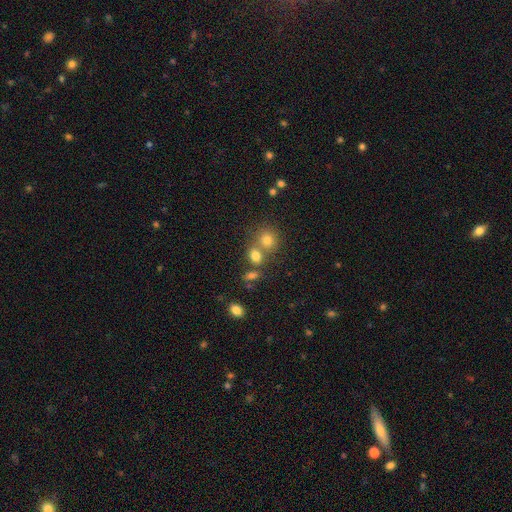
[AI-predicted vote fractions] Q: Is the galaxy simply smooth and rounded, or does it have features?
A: smooth — 76%.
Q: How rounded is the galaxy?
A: in between — 54%.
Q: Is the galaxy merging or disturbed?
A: none — 46%.